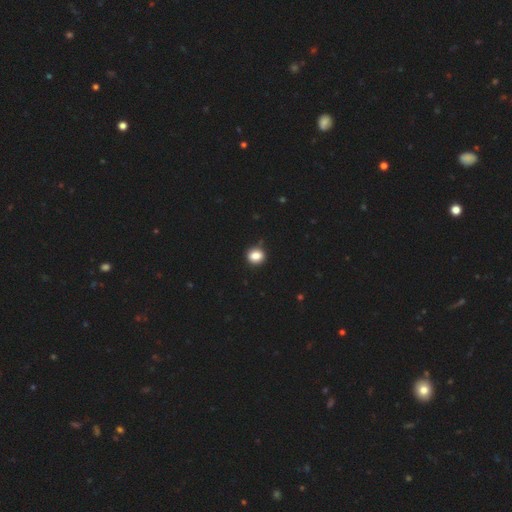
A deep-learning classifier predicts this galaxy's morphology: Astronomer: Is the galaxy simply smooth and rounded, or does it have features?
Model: smooth — 86%.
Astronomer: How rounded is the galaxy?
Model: round — 71%.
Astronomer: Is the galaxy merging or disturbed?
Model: none — 87%.